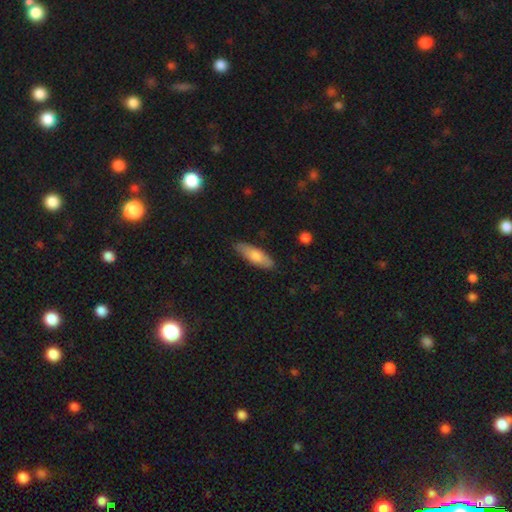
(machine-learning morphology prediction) A smooth galaxy with no disk features (72%) that is in between round and cigar-shaped (51%). Merging: none (84%).